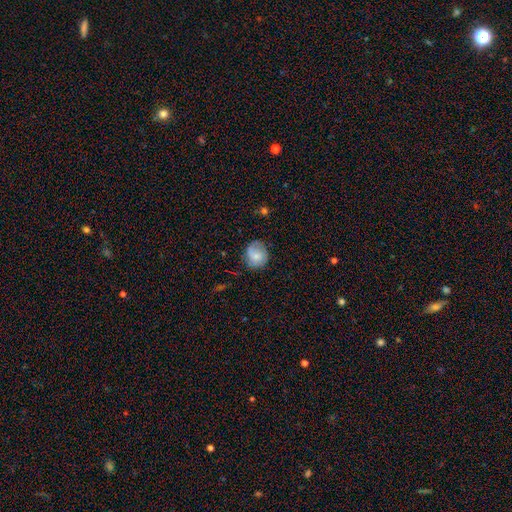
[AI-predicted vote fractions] Smooth or featured? Predicted: smooth (p=0.66). How rounded? Predicted: round (p=0.76). Merging? Predicted: none (p=0.65).